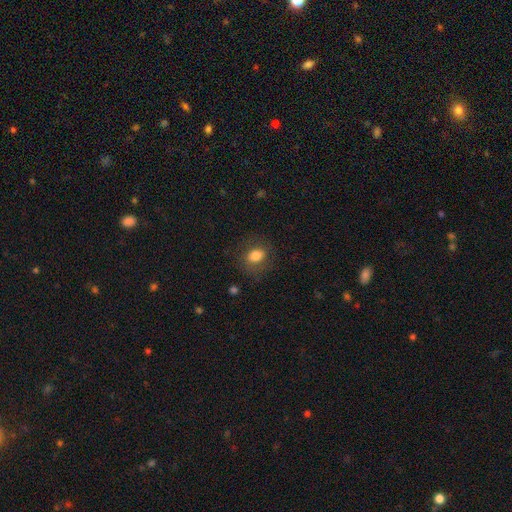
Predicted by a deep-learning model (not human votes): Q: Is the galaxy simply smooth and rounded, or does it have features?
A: smooth — 80%.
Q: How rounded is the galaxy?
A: in between — 60%.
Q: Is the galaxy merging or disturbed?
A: none — 78%.